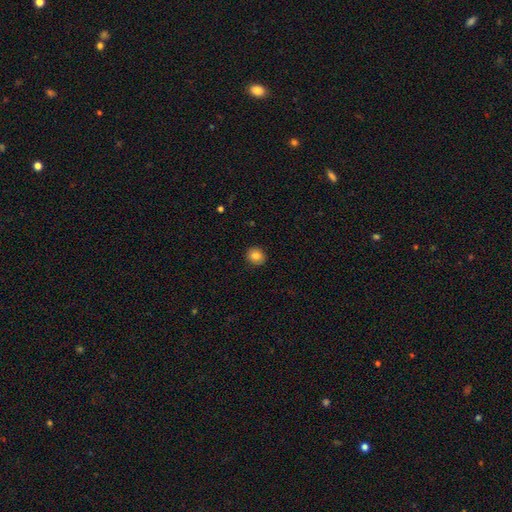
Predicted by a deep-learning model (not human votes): A smooth galaxy with no disk features (84%) that is round (84%).

Vote fractions:
- Smooth or featured? smooth: 84% / star or artifact: 10% / featured or disk: 6%
- How rounded? round: 84% / in between: 15% / cigar-shaped: 1%
- Merging? none: 91% / minor disturbance: 6% / major disturbance: 2% / merger: 1%